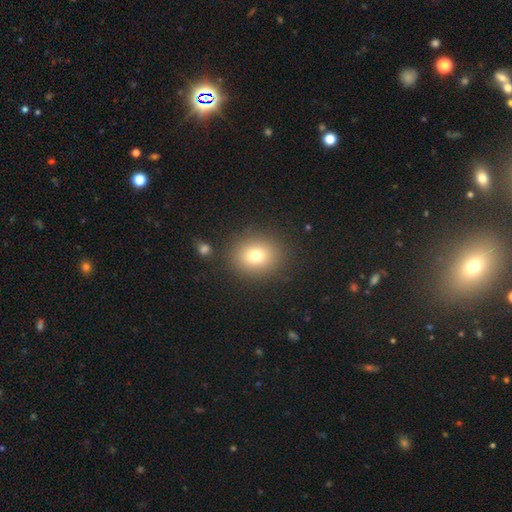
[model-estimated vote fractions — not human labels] Overall: smooth (74%). How rounded: round (72%). Merging: none (86%).